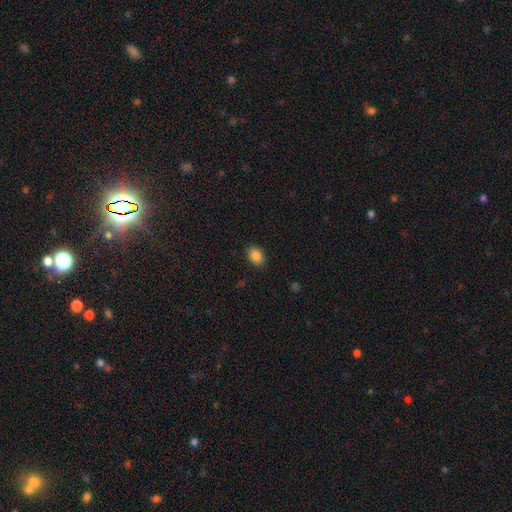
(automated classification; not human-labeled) smooth_or_featured: smooth (p=0.87) [alt: star or artifact p=0.09]
how_rounded: in between (p=0.80) [alt: round p=0.19]
merging: none (p=0.87) [alt: minor disturbance p=0.09]